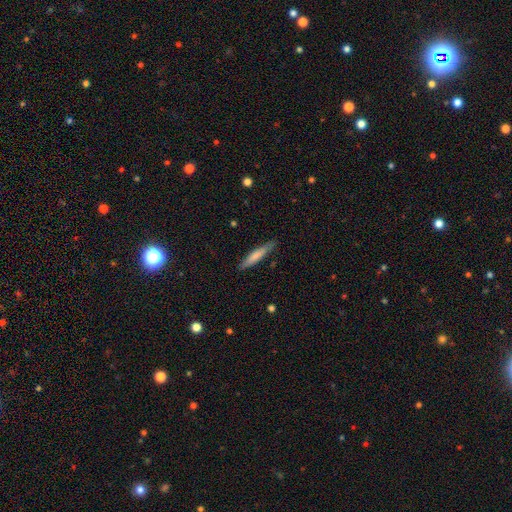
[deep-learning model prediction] Smooth or featured? smooth (71%)
How rounded? cigar-shaped (90%)
Merging? none (85%)